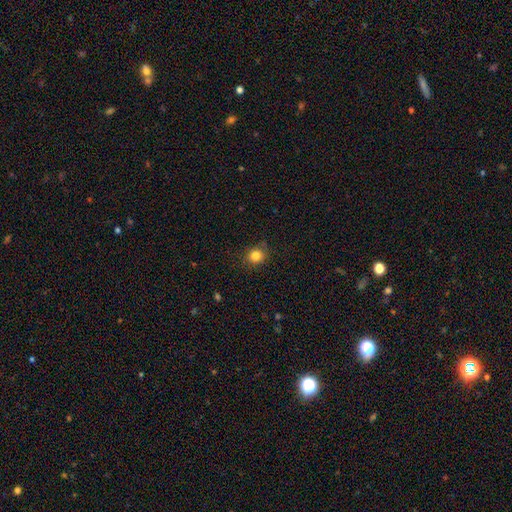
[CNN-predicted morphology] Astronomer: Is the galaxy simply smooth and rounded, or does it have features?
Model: smooth — 83%.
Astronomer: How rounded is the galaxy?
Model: round — 80%.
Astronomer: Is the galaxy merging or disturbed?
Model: none — 82%.